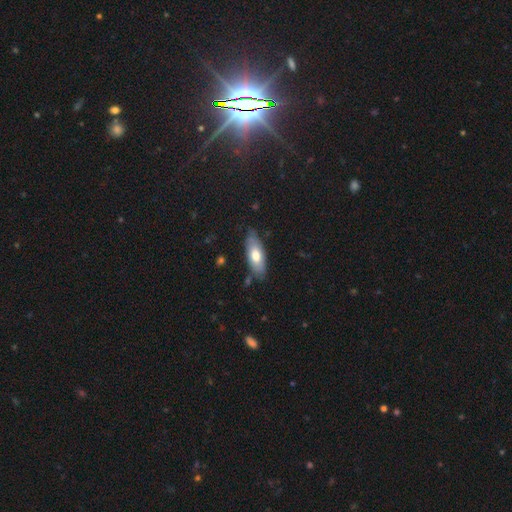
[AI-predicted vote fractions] Morphology: type=smooth (68%); roundness=in between (79%); merging=none (77%).